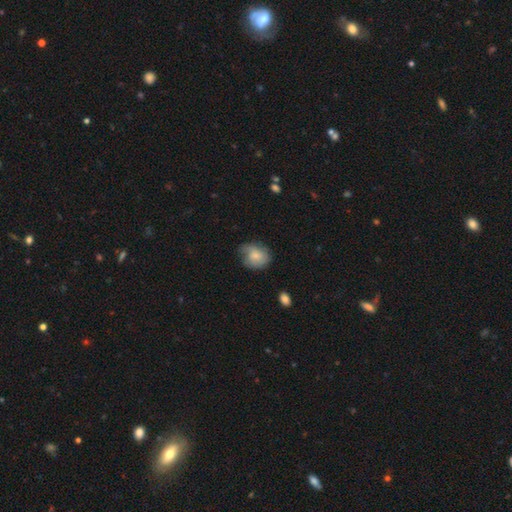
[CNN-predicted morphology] A smooth galaxy with no disk features (73%) that is in between round and cigar-shaped (50%). Merging: none (53%).